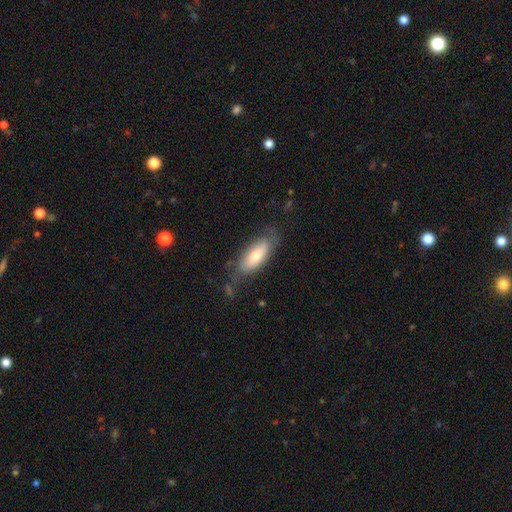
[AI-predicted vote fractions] A smooth galaxy with no disk features (67%) that is in between round and cigar-shaped (76%). Merging: none (66%).